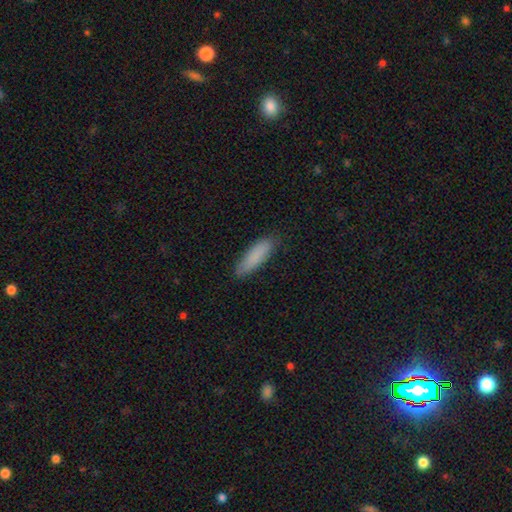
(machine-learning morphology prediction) This is clearly a smooth galaxy (86%). How rounded: likely cigar-shaped (61%). Merging: clearly none (83%).